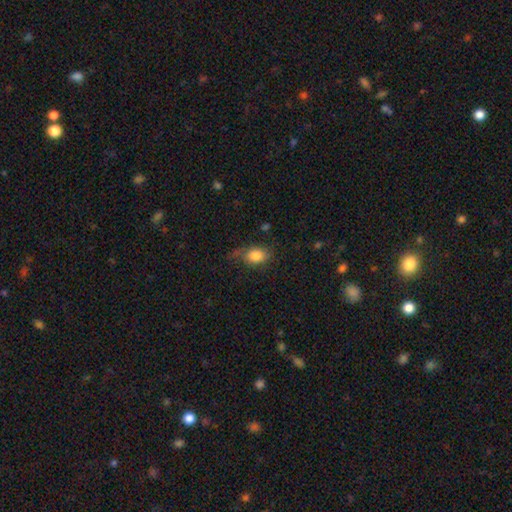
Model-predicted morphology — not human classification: Smooth or featured: smooth — 81% (featured or disk — 11%)
How rounded: in between — 72% (round — 26%)
Merging: none — 58% (minor disturbance — 27%)